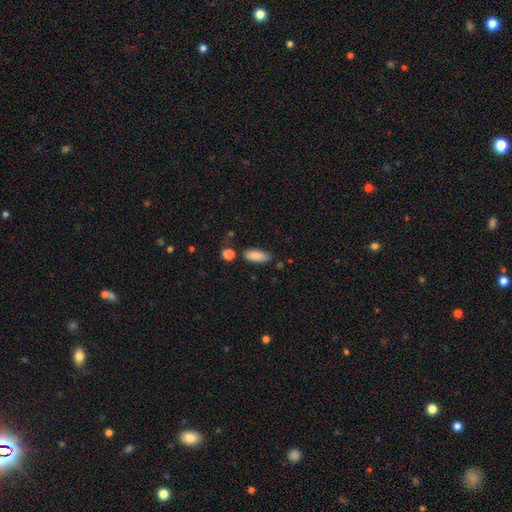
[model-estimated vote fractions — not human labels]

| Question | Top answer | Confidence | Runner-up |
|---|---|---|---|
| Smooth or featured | smooth | 87% | star or artifact (7%) |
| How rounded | in between | 80% | cigar-shaped (18%) |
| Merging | none | 75% | minor disturbance (17%) |